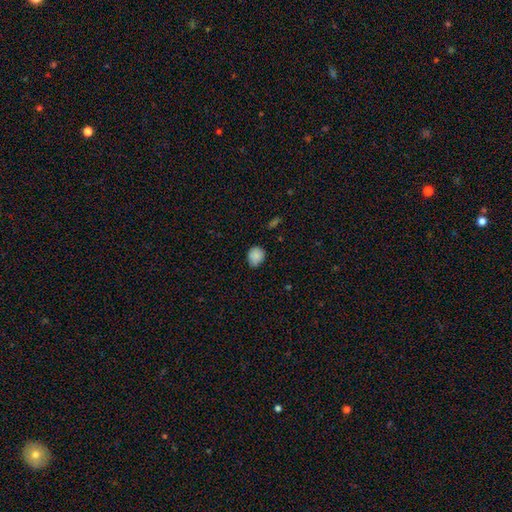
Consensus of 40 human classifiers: This appears to be a smooth galaxy with no disk features (85%) that is round (79%). Merging: none (63%).